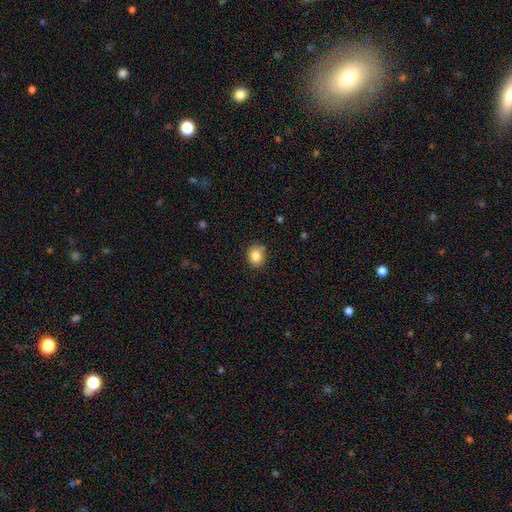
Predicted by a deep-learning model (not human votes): Overall: smooth (85%). How rounded: round (57%; in between 42%). Merging: none (80%).